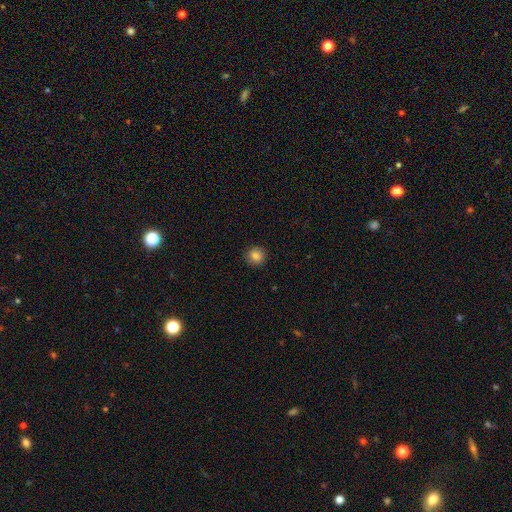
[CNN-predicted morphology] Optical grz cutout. It shows a smooth galaxy with no disk features (84%) that is round (90%). Merging: none (91%).